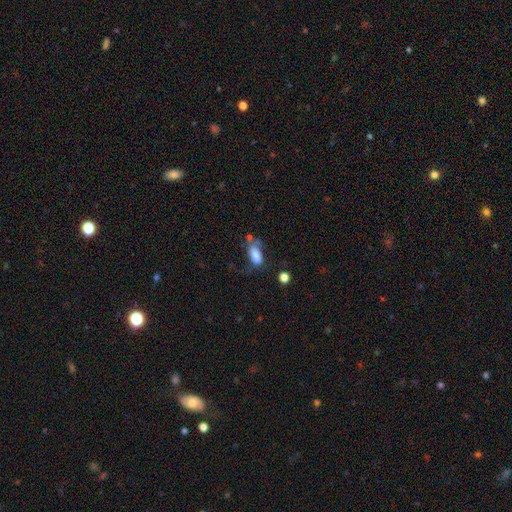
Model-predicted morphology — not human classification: A smooth galaxy with no disk features (78%) that is in between round and cigar-shaped (89%).

Vote fractions:
- Smooth or featured? smooth: 78% / featured or disk: 14% / star or artifact: 8%
- How rounded? in between: 89% / cigar-shaped: 7% / round: 4%
- Merging? none: 43% / minor disturbance: 27% / major disturbance: 20% / merger: 10%